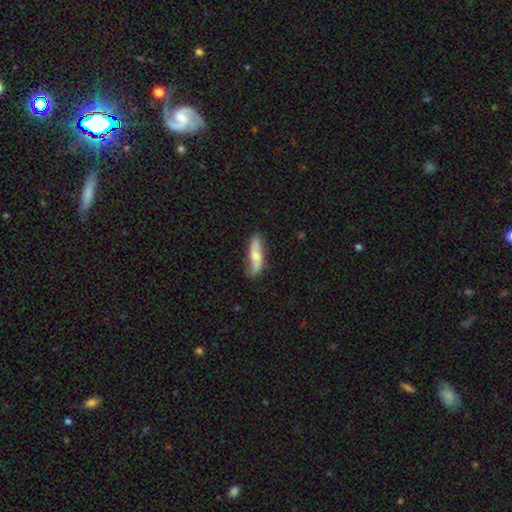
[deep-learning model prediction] Overall: smooth (51%; featured or disk 43%). How rounded: cigar-shaped (58%; in between 40%). Merging: none (68%).